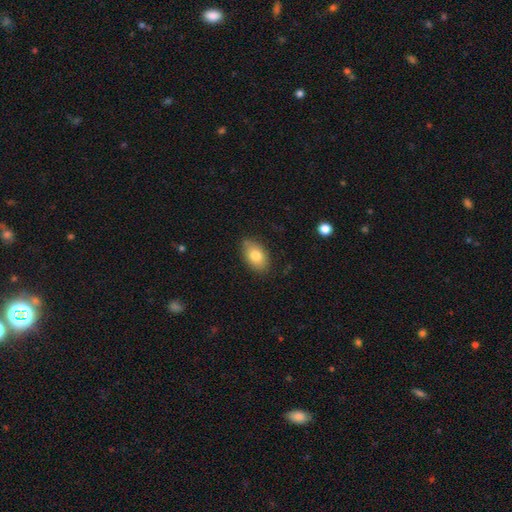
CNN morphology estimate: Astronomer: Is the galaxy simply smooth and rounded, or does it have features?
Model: smooth — 81%.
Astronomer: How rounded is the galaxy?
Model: in between — 91%.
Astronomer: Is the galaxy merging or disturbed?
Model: none — 81%.